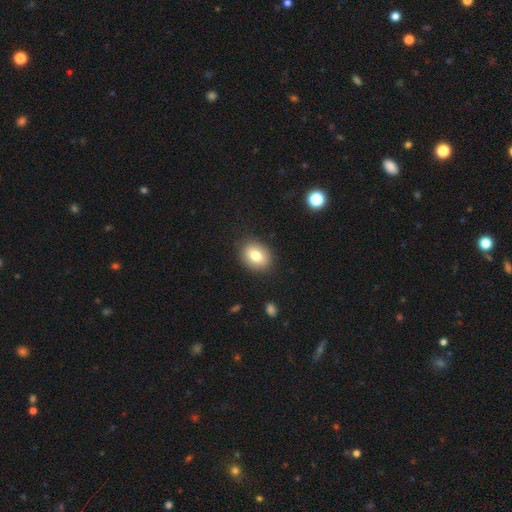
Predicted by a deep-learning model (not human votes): A smooth galaxy with no disk features (79%) that is in between round and cigar-shaped (57%). Merging: none (87%).